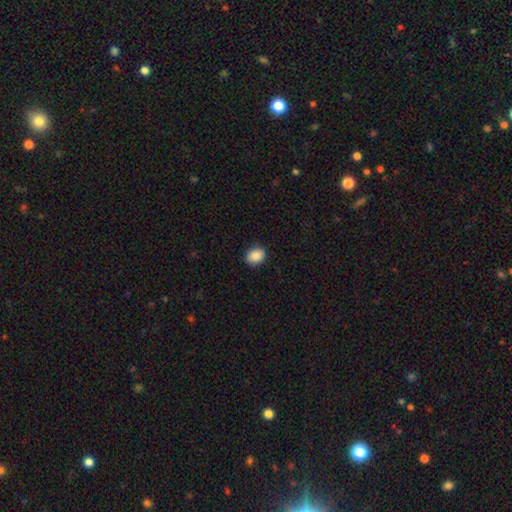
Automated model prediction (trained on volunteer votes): Smooth or featured?
  - smooth: 89% *
  - star or artifact: 8%
  - featured or disk: 3%
How rounded?
  - round: 52% *
  - in between: 47%
  - cigar-shaped: 1%
Merging?
  - none: 87% *
  - minor disturbance: 10%
  - major disturbance: 2%
  - merger: 1%